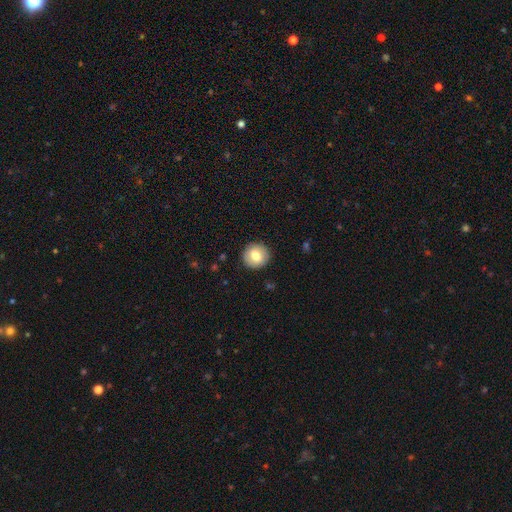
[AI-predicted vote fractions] Smooth or featured? smooth (77%)
How rounded? round (92%)
Merging? none (91%)